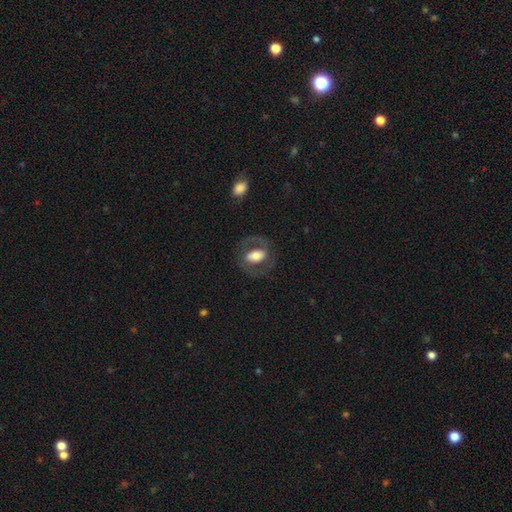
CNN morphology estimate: featured or disk 53%, smooth 40%, star or artifact 7%. Down the decision tree: edge-on disk — no (94%); merging — none (71%).